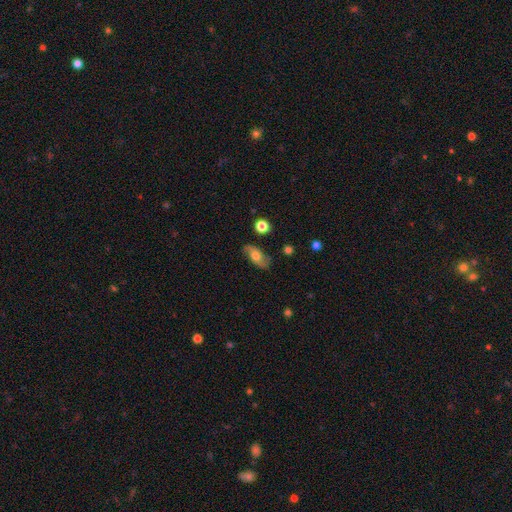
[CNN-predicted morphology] Smooth or featured?
  - featured or disk: 51% *
  - smooth: 41%
  - star or artifact: 8%
Edge-on disk?
  - no: 88% *
  - yes: 12%
Merging?
  - none: 75% *
  - minor disturbance: 17%
  - major disturbance: 5%
  - merger: 2%